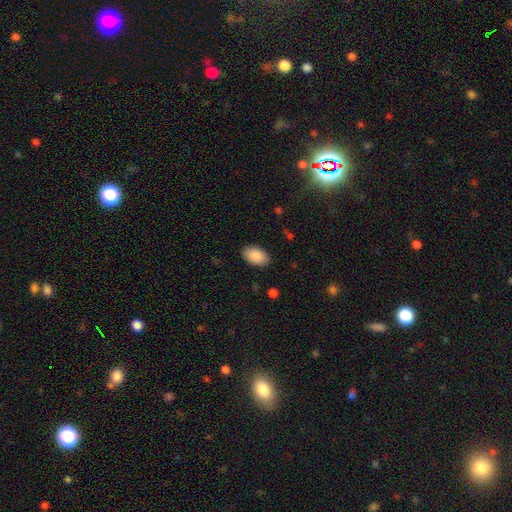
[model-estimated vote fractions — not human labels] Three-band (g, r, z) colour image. It shows a smooth galaxy with no disk features (90%) that is in between round and cigar-shaped (94%). Merging: none (88%).